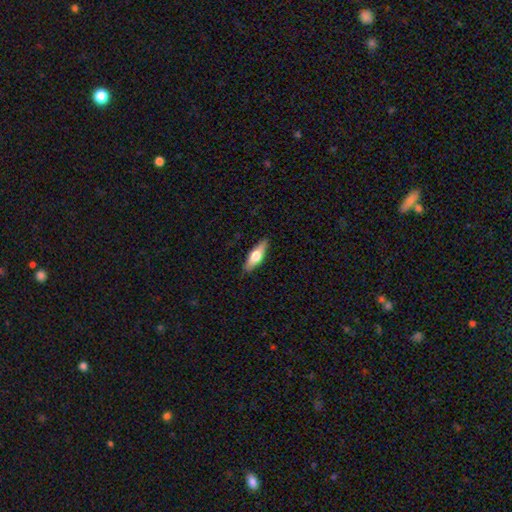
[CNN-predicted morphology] This is possibly a smooth galaxy (56%). How rounded: possibly in between (49%). Merging: clearly none (88%).